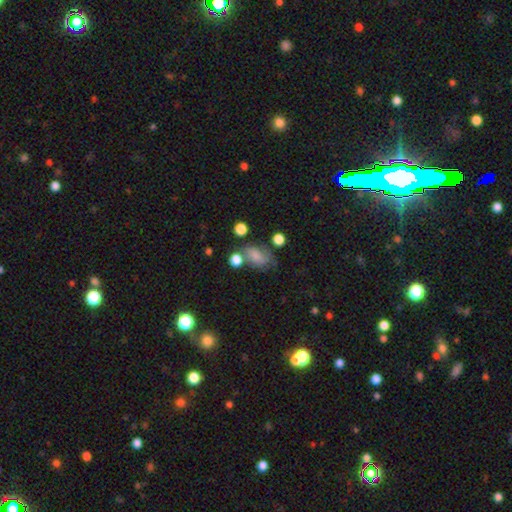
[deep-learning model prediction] smooth_or_featured: smooth (p=0.69) [alt: featured or disk p=0.19]
how_rounded: in between (p=0.79) [alt: round p=0.18]
merging: none (p=0.44) [alt: minor disturbance p=0.26]